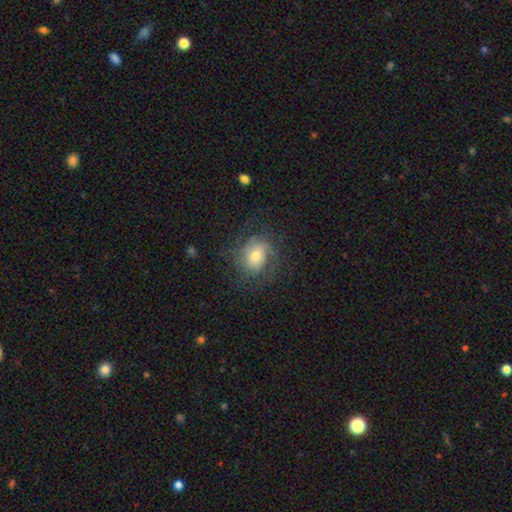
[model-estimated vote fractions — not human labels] featured or disk 62%, smooth 28%, star or artifact 10%. Down the decision tree: edge-on disk — no (97%); bar — no (68%); spiral arms — yes (85%); spiral arm count — can't tell (41%); spiral winding — tight (47%); bulge size — moderate (62%); merging — none (67%).